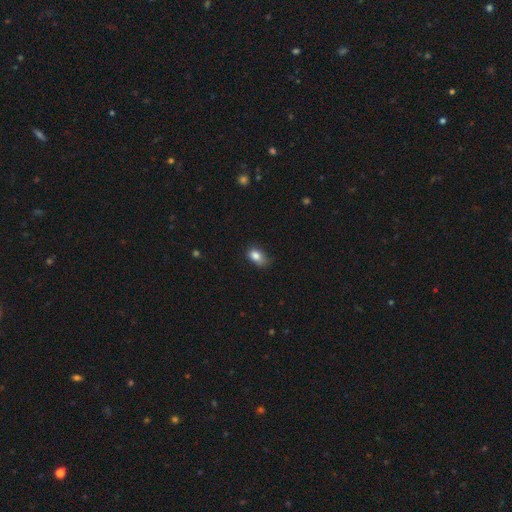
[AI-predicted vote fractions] This appears to be a smooth galaxy with no disk features (83%) that is in between round and cigar-shaped (81%). Merging: none (53%).